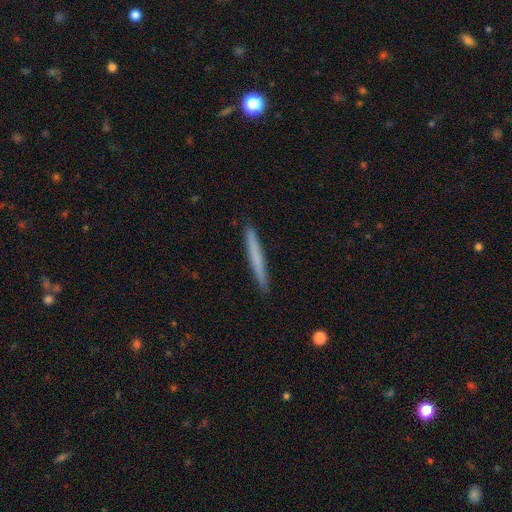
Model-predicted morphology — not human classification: A smooth galaxy with no disk features (63%) that is cigar-shaped (97%).

Vote fractions:
- Smooth or featured? smooth: 63% / featured or disk: 31% / star or artifact: 6%
- How rounded? cigar-shaped: 97% / in between: 2% / round: 1%
- Merging? none: 92% / minor disturbance: 6% / major disturbance: 1% / merger: 1%